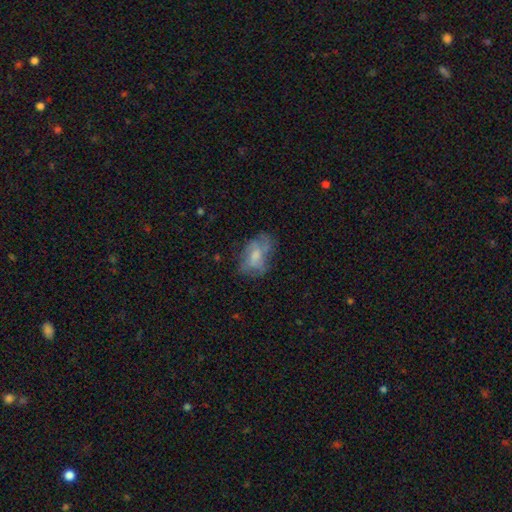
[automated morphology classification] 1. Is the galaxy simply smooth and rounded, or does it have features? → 47% smooth, 44% featured or disk, 9% star or artifact.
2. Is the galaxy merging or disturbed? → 47% none, 28% minor disturbance, 22% major disturbance, 3% merger.